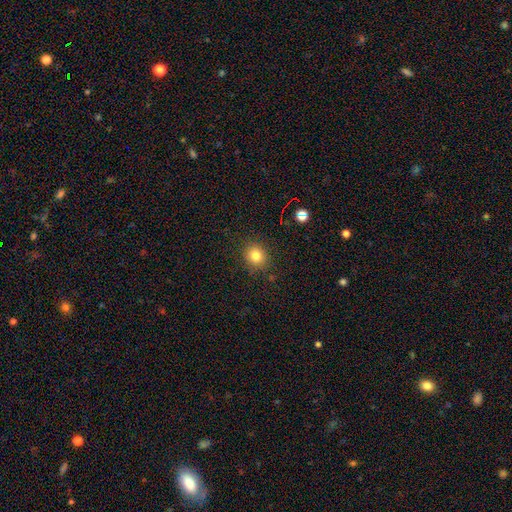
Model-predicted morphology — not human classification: Overall: smooth (81%). How rounded: round (81%). Merging: none (87%).